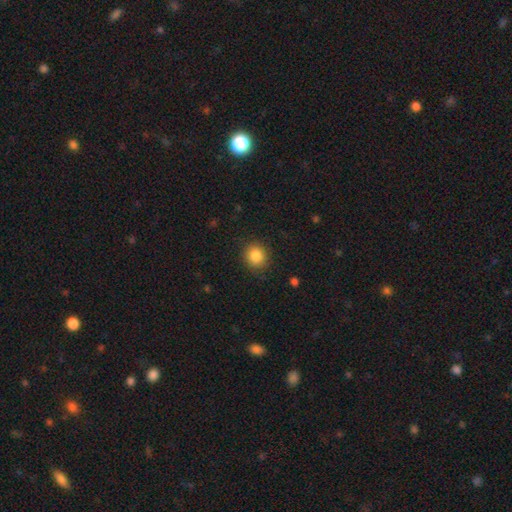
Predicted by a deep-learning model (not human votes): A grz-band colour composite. It shows a smooth galaxy with no disk features (85%) that is round (85%). Merging: none (89%).